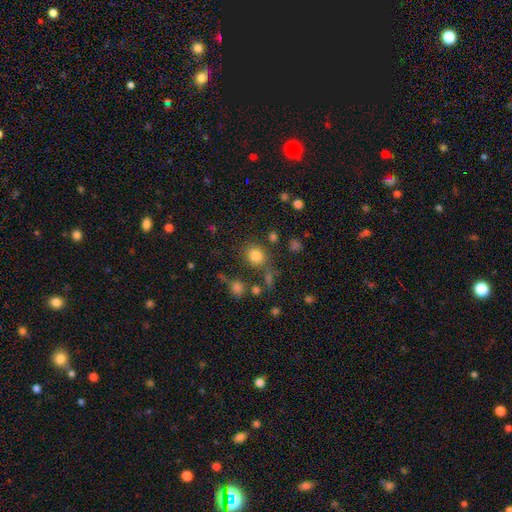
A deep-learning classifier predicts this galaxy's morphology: smooth 81%, star or artifact 14%, featured or disk 5%. Down the decision tree: how rounded — round (77%); merging — none (75%).